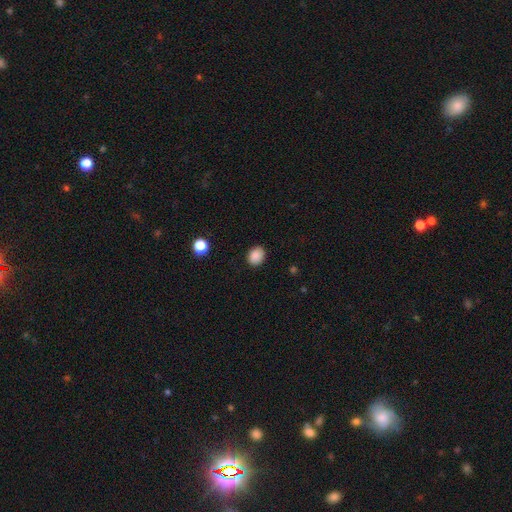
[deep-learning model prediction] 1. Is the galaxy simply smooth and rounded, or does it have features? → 87% smooth, 9% star or artifact, 3% featured or disk.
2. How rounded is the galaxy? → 50% in between (tied), 50% round (tied), 1% cigar-shaped.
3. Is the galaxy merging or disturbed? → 88% none, 8% minor disturbance, 2% major disturbance, 1% merger.